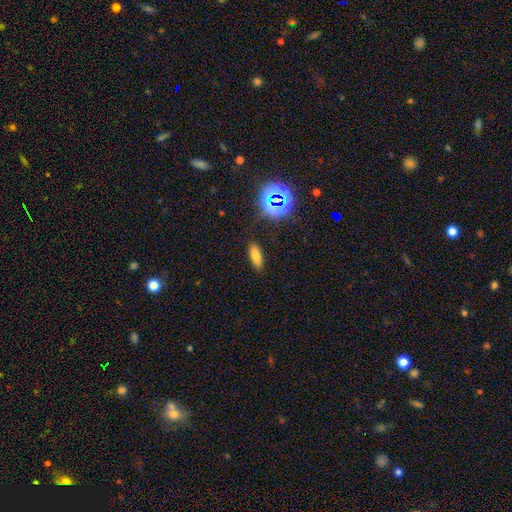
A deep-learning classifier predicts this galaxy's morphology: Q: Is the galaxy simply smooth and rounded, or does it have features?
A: smooth — 72%.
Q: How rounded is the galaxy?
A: in between — 65%.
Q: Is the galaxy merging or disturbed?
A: none — 87%.